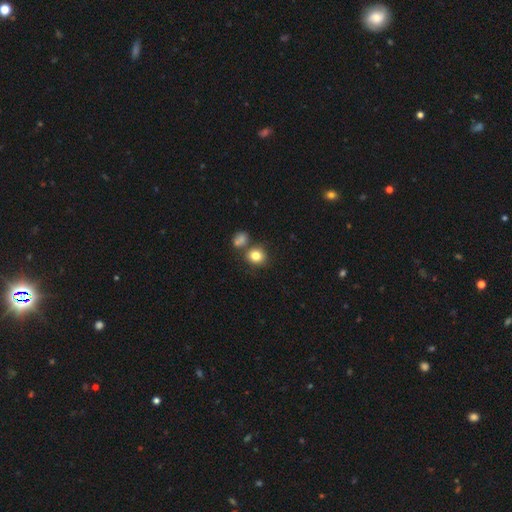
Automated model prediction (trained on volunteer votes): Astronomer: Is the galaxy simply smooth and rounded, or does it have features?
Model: smooth — 82%.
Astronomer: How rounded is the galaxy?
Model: round — 76%.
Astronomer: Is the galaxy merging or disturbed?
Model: none — 66%.